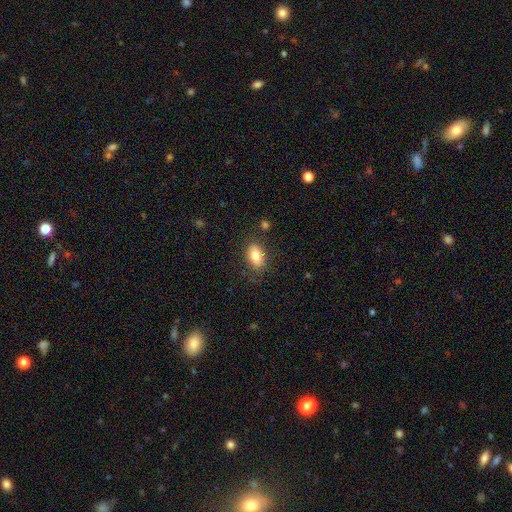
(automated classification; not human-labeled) Smooth or featured? Predicted: smooth (p=0.79). How rounded? Predicted: in between (p=0.85). Merging? Predicted: none (p=0.81).